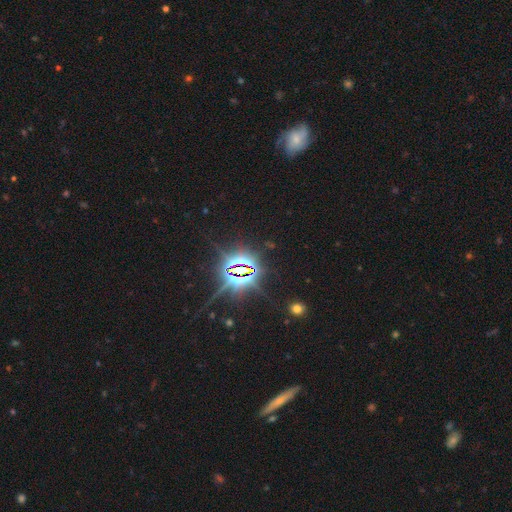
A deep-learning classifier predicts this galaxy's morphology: This appears to be a star or artifact, not a galaxy (84%).